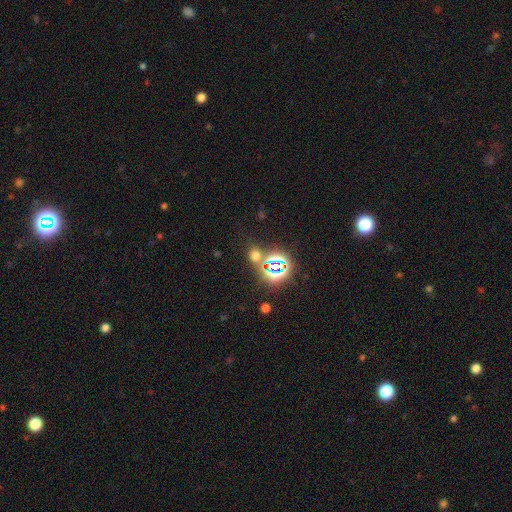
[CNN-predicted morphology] smooth-or-featured: star or artifact: 47% | smooth: 46% | featured or disk: 7%